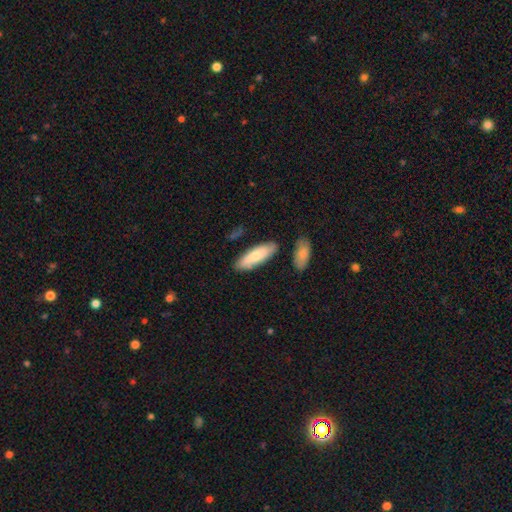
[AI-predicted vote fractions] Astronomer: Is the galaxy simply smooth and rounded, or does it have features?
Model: smooth — 72%.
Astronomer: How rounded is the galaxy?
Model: in between — 53% (runner-up: cigar-shaped, 45%).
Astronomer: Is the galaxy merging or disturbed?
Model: none — 81%.